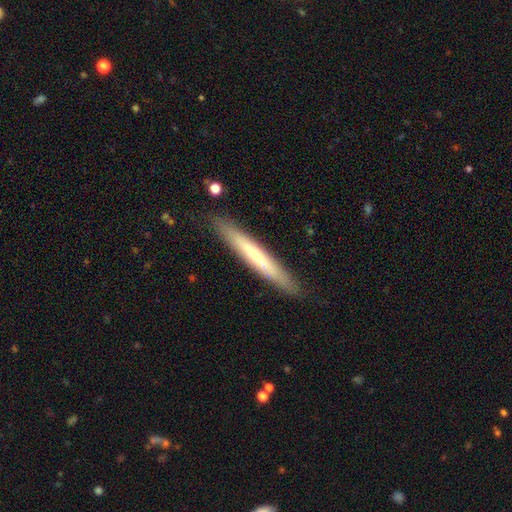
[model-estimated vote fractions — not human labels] smooth_or_featured: smooth (p=0.54) [alt: featured or disk p=0.41]
how_rounded: cigar-shaped (p=0.95) [alt: in between p=0.03]
merging: none (p=0.88) [alt: minor disturbance p=0.09]